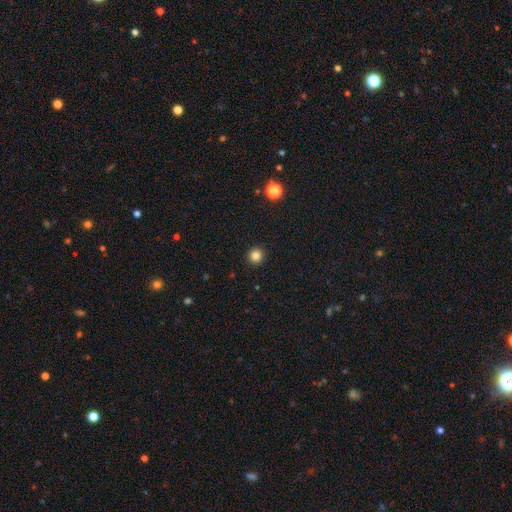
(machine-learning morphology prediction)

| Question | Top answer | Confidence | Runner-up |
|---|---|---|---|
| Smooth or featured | smooth | 83% | star or artifact (13%) |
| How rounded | round | 94% | in between (5%) |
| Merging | none | 93% | minor disturbance (4%) |